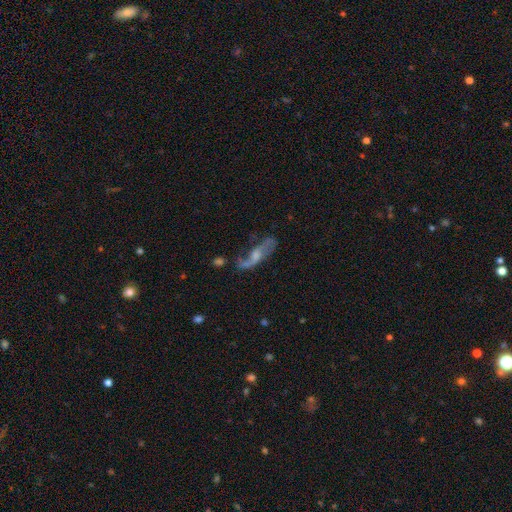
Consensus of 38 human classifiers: Smooth or featured? 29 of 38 (76%) said featured or disk. Edge-on disk? 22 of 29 (76%) said no. Bar? 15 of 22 (68%) said no. Spiral arms? 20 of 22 (91%) said yes. Spiral winding? 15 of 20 (75%) said loose. Spiral arm count? 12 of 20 (60%) said 2. Bulge size? 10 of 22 (45%) said moderate. Merging? 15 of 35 (43%) said none.